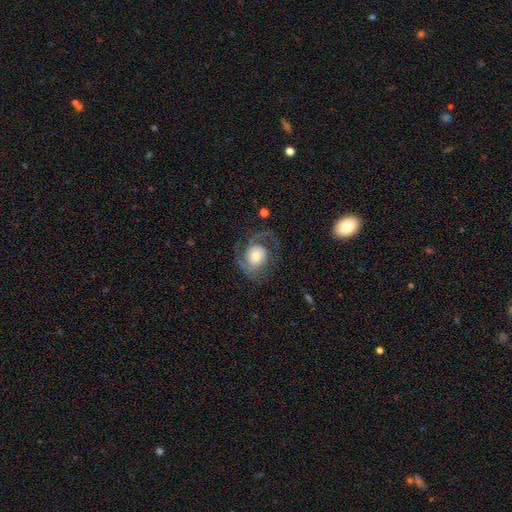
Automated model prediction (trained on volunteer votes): Smooth or featured?
  - featured or disk: 81% *
  - smooth: 13%
  - star or artifact: 6%
Edge-on disk?
  - no: 98% *
  - yes: 2%
Bar?
  - no: 72% *
  - weak: 22%
  - strong: 6%
Spiral arms?
  - yes: 95% *
  - no: 5%
Spiral winding?
  - medium: 49% *
  - tight: 31%
  - loose: 20%
Spiral arm count?
  - 2: 76% *
  - 1: 9%
  - can't tell: 6%
  - 3: 6%
  - 4: 2%
  - more than 4: 2%
Bulge size?
  - moderate: 41% *
  - small: 26%
  - large: 25%
  - dominant: 5%
  - none: 3%
Merging?
  - none: 67% *
  - major disturbance: 16%
  - minor disturbance: 16%
  - merger: 2%